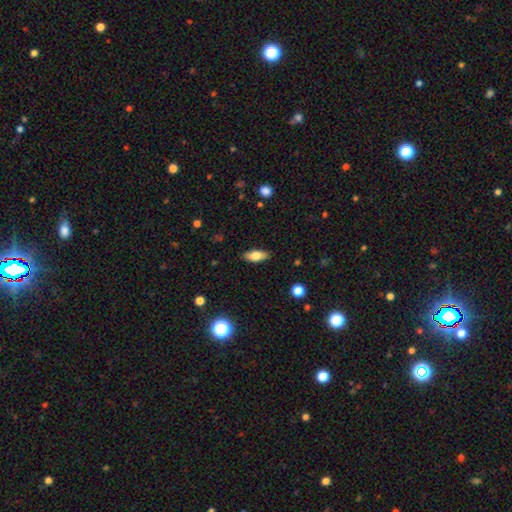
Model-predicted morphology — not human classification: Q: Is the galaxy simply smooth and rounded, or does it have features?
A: smooth — 76%.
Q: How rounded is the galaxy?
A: in between — 80%.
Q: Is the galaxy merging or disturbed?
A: none — 87%.